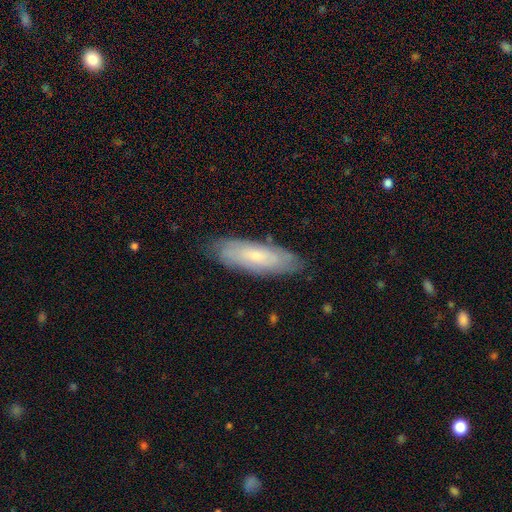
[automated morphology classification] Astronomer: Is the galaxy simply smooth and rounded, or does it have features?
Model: smooth — 48% (runner-up: featured or disk, 45%).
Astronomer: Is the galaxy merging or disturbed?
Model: none — 81%.